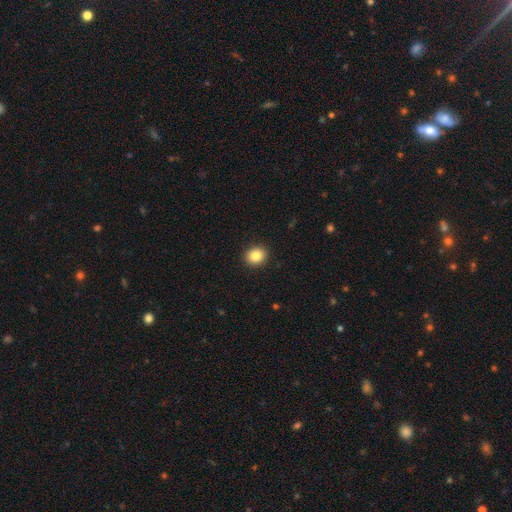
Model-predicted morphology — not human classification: Overall: smooth (86%). How rounded: round (70%). Merging: none (92%).